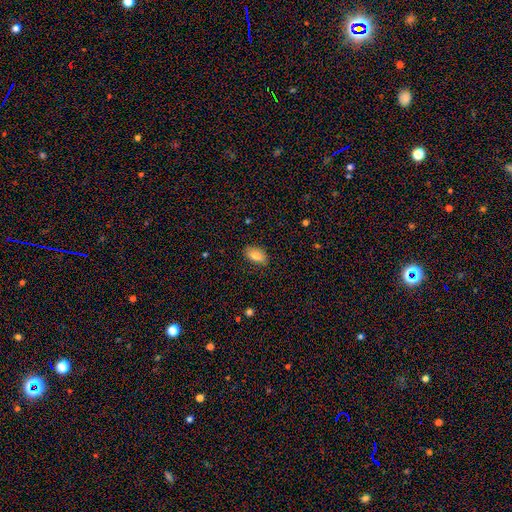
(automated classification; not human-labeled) Morphology: type=smooth (82%); roundness=in between (91%); merging=none (83%).